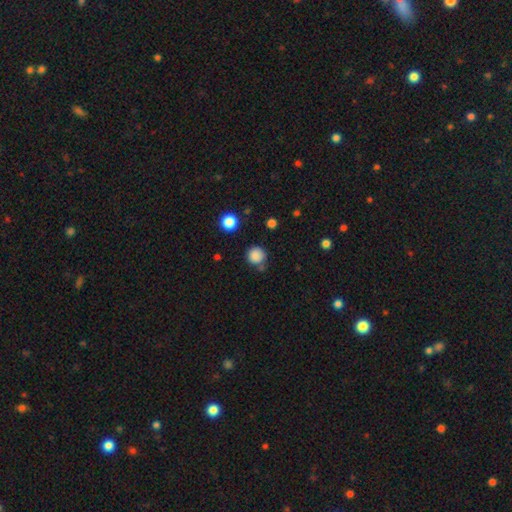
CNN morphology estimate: smooth 84%, star or artifact 12%, featured or disk 4%. Down the decision tree: how rounded — round (93%); merging — none (75%).